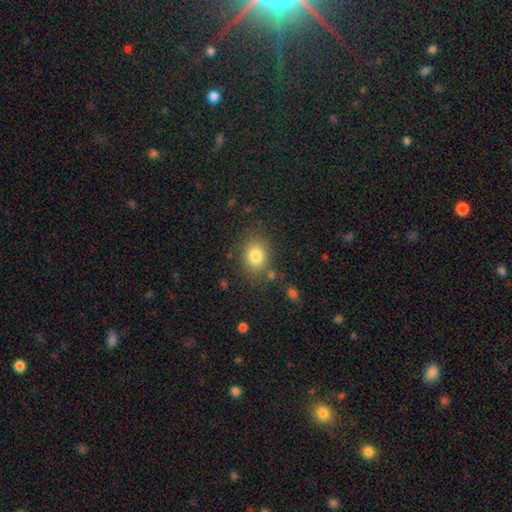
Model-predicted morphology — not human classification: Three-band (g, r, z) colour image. It shows a smooth galaxy with no disk features (81%) that is round (51%). Merging: none (80%).